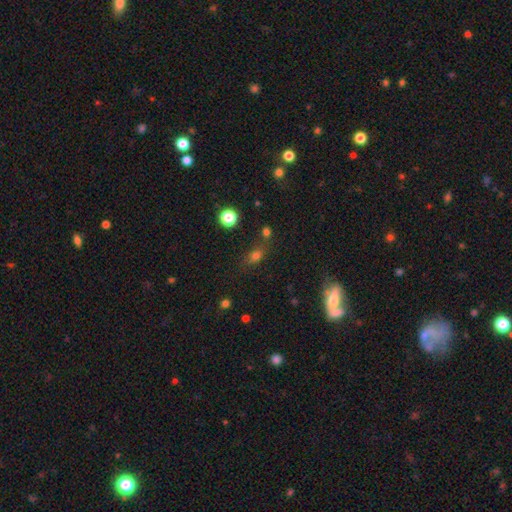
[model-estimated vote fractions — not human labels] Q: Smooth or featured?
A: smooth (65%); runner-up: star or artifact (24%)
Q: How rounded?
A: in between (58%); runner-up: round (35%)
Q: Merging?
A: none (67%); runner-up: minor disturbance (16%)